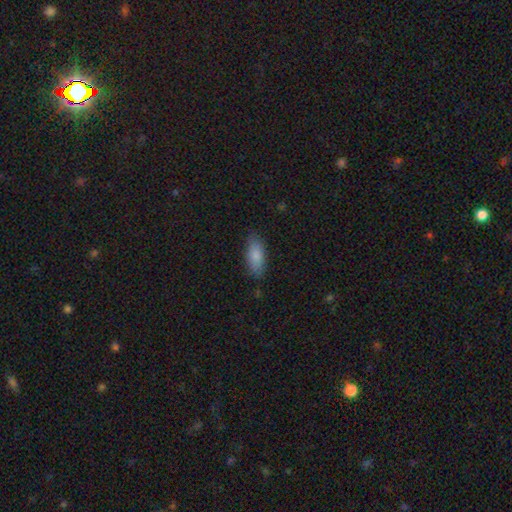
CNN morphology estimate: This is clearly a smooth galaxy (84%). How rounded: likely in between (79%). Merging: clearly none (82%).